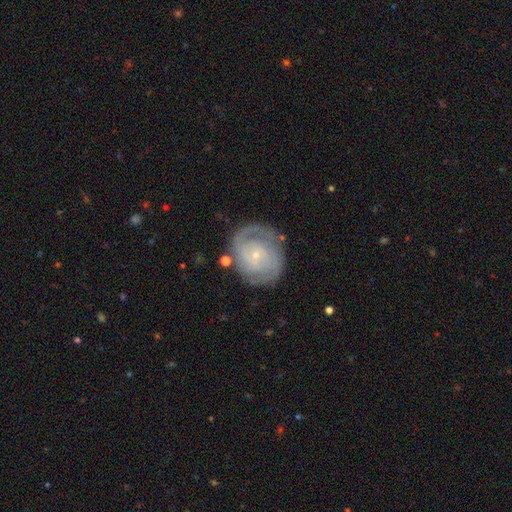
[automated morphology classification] smooth-or-featured: featured or disk: 82% | smooth: 12% | star or artifact: 6%
  disk-edge-on: no: 98% | yes: 2%
    bar: no: 69% | weak: 25% | strong: 5%
    has-spiral-arms: yes: 93% | no: 7%
      spiral-winding: tight: 62% | medium: 30% | loose: 8%
      spiral-arm-count: 2: 45% | can't tell: 25% | 3: 14% | 1: 6% | 4: 5% | more than 4: 4%
    bulge-size: small: 85% | moderate: 10% | none: 2% | large: 1% | dominant: 1%
  merging: none: 74% | minor disturbance: 16% | major disturbance: 7% | merger: 3%